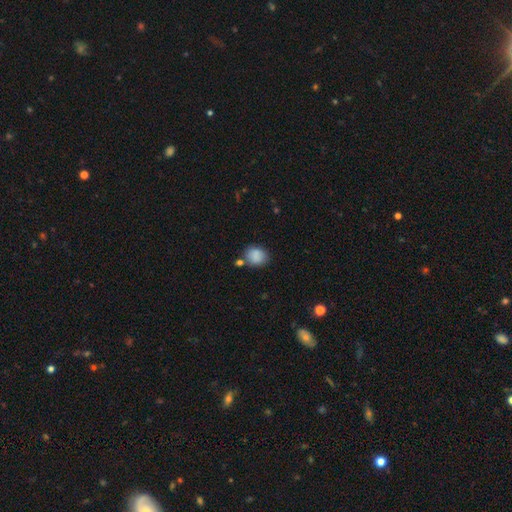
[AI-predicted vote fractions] smooth_or_featured: smooth (p=0.84) [alt: star or artifact p=0.09]
how_rounded: round (p=0.59) [alt: in between p=0.40]
merging: none (p=0.67) [alt: minor disturbance p=0.17]